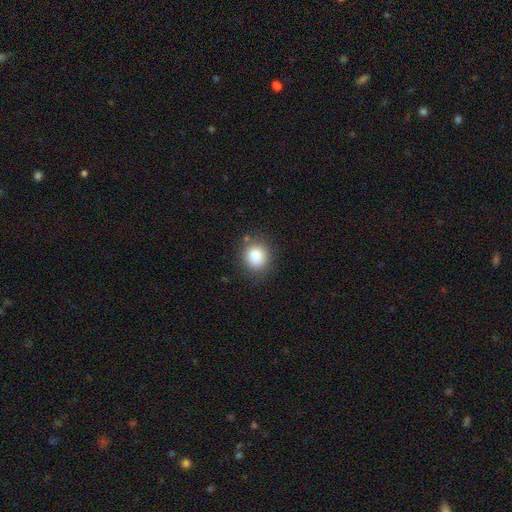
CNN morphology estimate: The model was most divided on "how rounded": round: 78%, in between: 21%, cigar-shaped: 1%. More confident: smooth or featured — smooth (84%); merging — none (82%).